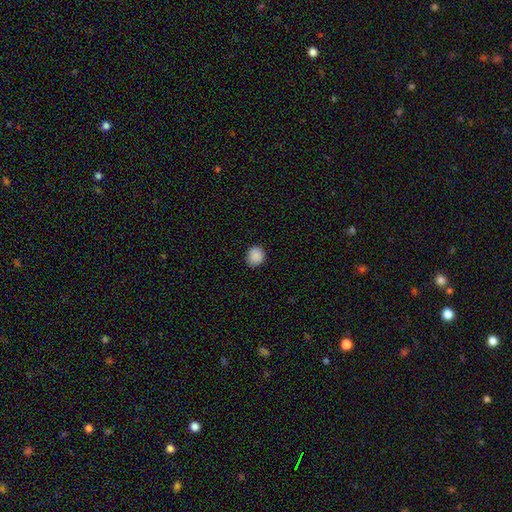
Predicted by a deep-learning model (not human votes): Smooth or featured? smooth (89%)
How rounded? round (80%)
Merging? none (89%)